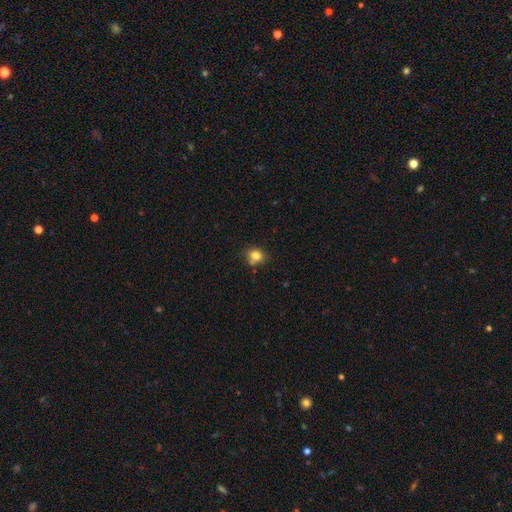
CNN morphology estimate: smooth-or-featured: smooth: 81% | star or artifact: 12% | featured or disk: 8%
  how-rounded: round: 71% | in between: 28% | cigar-shaped: 1%
  merging: none: 70% | minor disturbance: 16% | merger: 11% | major disturbance: 4%